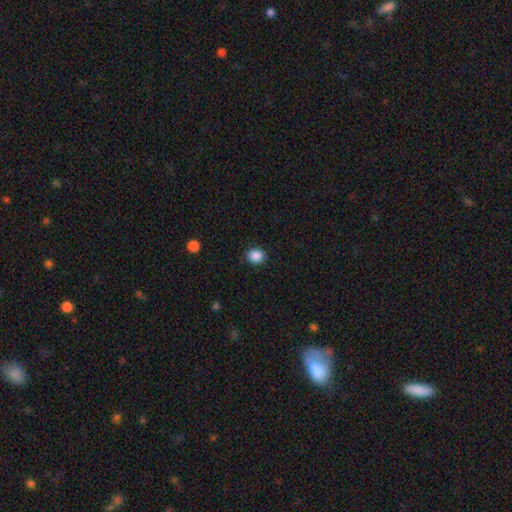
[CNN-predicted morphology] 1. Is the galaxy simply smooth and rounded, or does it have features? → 88% smooth, 10% star or artifact, 3% featured or disk.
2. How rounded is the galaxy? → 78% round, 21% in between, 1% cigar-shaped.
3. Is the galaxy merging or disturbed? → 89% none, 8% minor disturbance, 2% major disturbance, 1% merger.